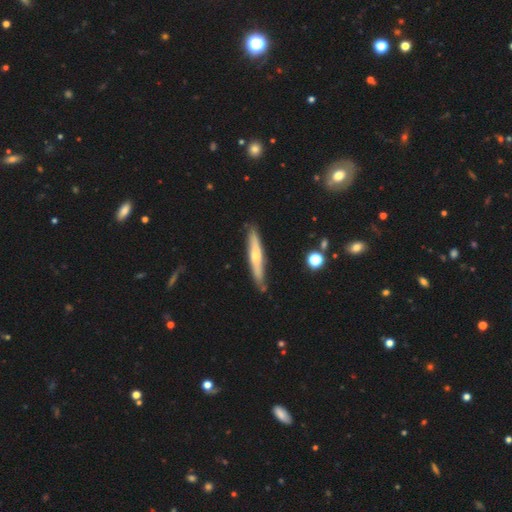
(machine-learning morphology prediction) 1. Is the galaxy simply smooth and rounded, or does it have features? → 51% featured or disk, 44% smooth, 6% star or artifact.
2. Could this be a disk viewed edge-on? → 88% yes, 12% no.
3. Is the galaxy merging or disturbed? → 82% none, 13% minor disturbance, 3% merger, 2% major disturbance.